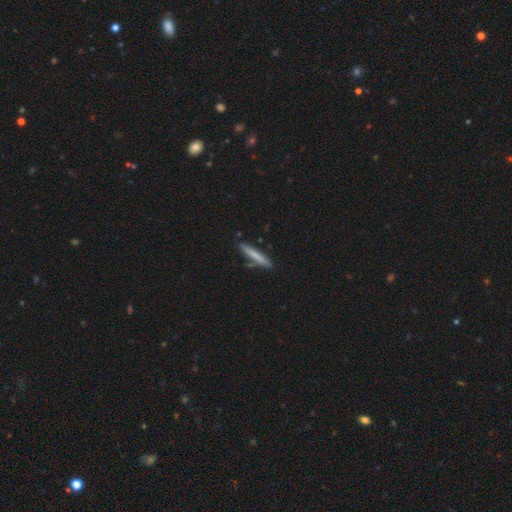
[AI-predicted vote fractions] Overall: smooth (71%). How rounded: cigar-shaped (94%). Merging: none (81%).